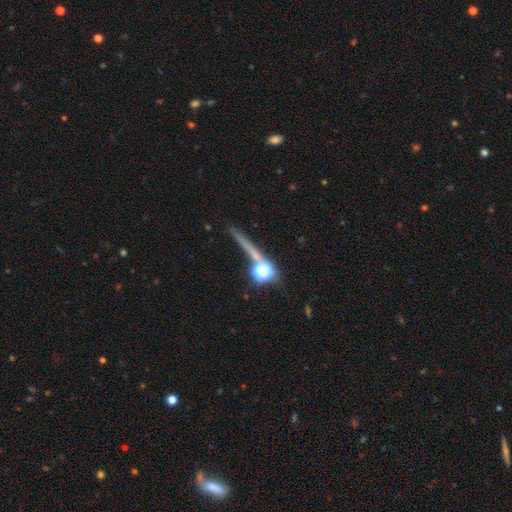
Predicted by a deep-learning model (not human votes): Q: Smooth or featured?
A: smooth (40%); runner-up: featured or disk (33%)
Q: Merging?
A: none (67%); runner-up: merger (14%)